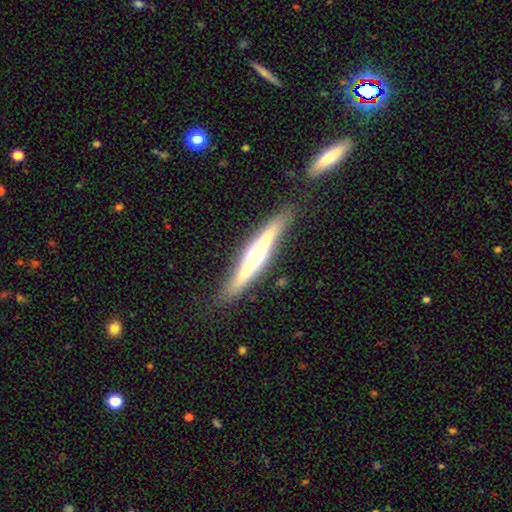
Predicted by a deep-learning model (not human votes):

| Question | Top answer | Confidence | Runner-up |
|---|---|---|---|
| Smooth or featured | featured or disk | 66% | smooth (28%) |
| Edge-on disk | yes | 96% | no (4%) |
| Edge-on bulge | rounded | 72% | none (15%) |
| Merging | none | 87% | minor disturbance (9%) |